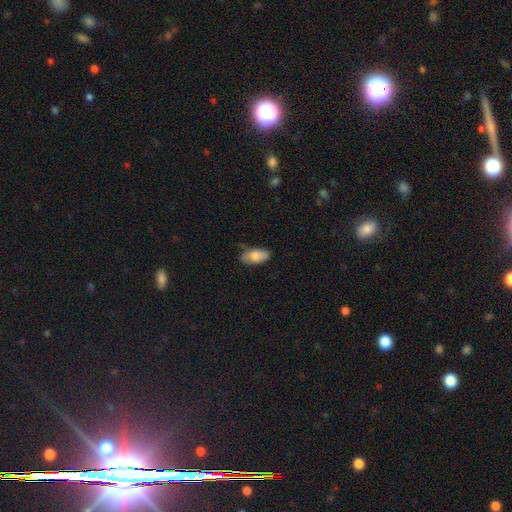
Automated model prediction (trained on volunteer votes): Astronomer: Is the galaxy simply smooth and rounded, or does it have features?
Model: smooth — 78%.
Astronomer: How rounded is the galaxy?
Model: in between — 92%.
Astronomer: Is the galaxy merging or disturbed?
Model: none — 66%.